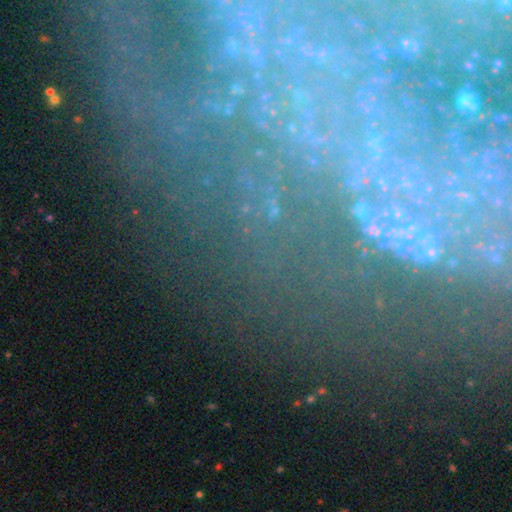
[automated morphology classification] A featured or disk galaxy (48%). Merging: none (72%).